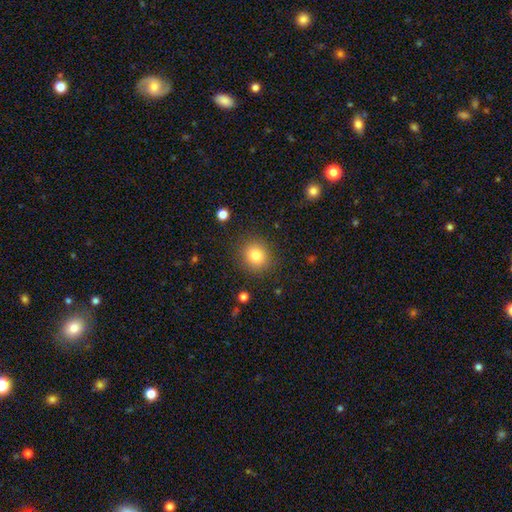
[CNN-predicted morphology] A smooth galaxy with no disk features (81%) that is round (86%).

Vote fractions:
- Smooth or featured? smooth: 81% / star or artifact: 12% / featured or disk: 7%
- How rounded? round: 86% / in between: 13% / cigar-shaped: 1%
- Merging? none: 88% / minor disturbance: 7% / major disturbance: 3% / merger: 1%